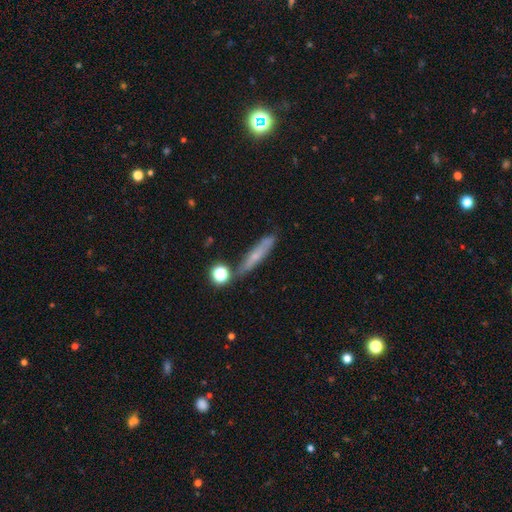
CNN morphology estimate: smooth_or_featured: smooth (p=0.53) [alt: featured or disk p=0.37]
how_rounded: cigar-shaped (p=0.84) [alt: in between p=0.11]
merging: none (p=0.67) [alt: minor disturbance p=0.18]